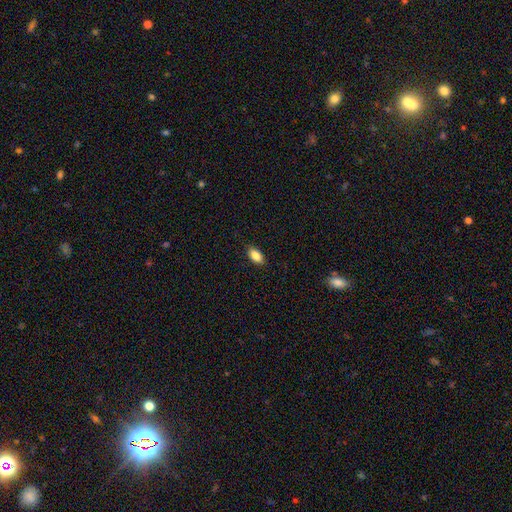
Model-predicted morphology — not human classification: Smooth or featured?
  - smooth: 87% *
  - star or artifact: 8%
  - featured or disk: 5%
How rounded?
  - in between: 92% *
  - round: 5%
  - cigar-shaped: 4%
Merging?
  - none: 89% *
  - minor disturbance: 8%
  - major disturbance: 2%
  - merger: 1%